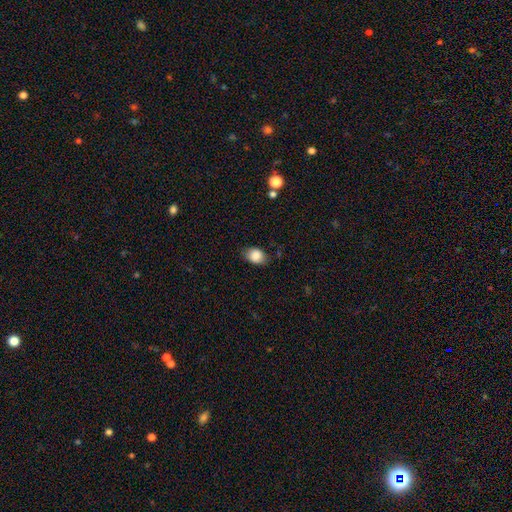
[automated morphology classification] Overall: smooth (85%). How rounded: in between (70%). Merging: none (75%).